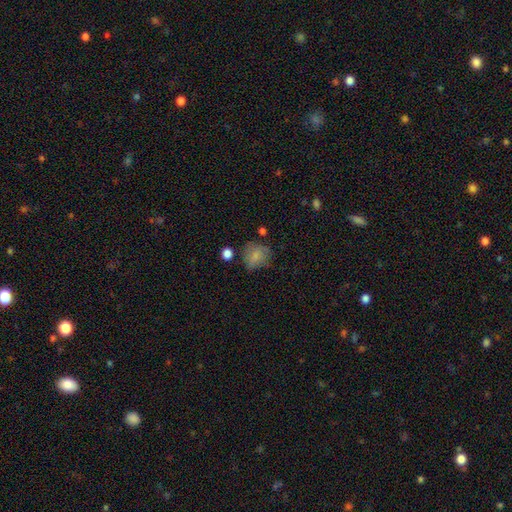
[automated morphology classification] This is likely a smooth galaxy (75%). How rounded: likely round (69%). Merging: possibly none (58%).